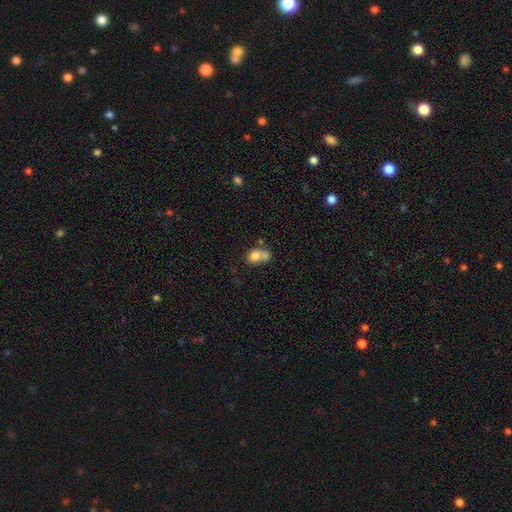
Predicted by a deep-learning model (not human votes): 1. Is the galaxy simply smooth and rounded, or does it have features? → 74% smooth, 17% featured or disk, 10% star or artifact.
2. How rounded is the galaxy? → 52% in between, 46% round, 1% cigar-shaped.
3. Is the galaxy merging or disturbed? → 58% merger, 26% none, 11% minor disturbance, 6% major disturbance.